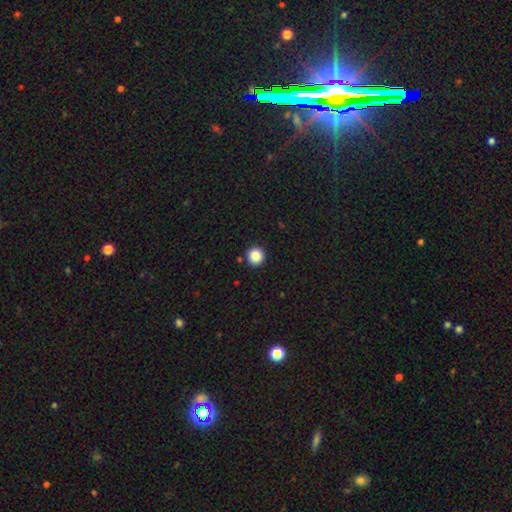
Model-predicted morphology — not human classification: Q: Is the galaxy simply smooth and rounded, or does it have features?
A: smooth — 86%.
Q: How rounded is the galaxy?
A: round — 96%.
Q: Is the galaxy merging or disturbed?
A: none — 92%.